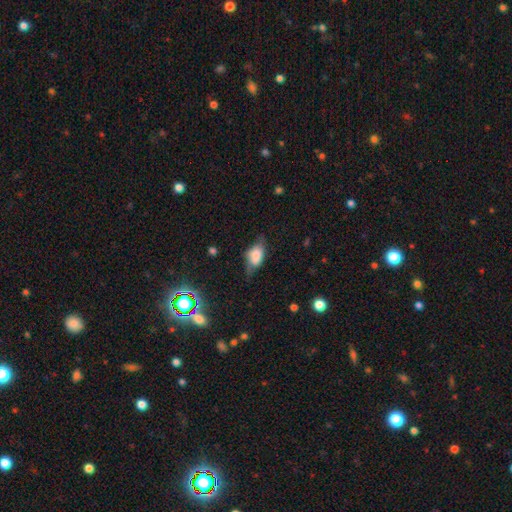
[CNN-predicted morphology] smooth-or-featured: smooth: 62% | featured or disk: 28% | star or artifact: 10%
  how-rounded: in between: 84% | round: 11% | cigar-shaped: 5%
  merging: none: 47% | minor disturbance: 33% | major disturbance: 17% | merger: 2%